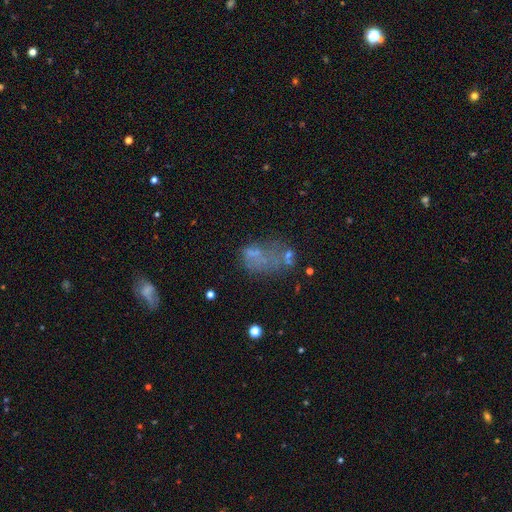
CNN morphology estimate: Smooth or featured?
  - featured or disk: 40% *
  - smooth: 39%
  - star or artifact: 21%
Merging?
  - none: 33% *
  - major disturbance: 30%
  - minor disturbance: 18%
  - merger: 18%